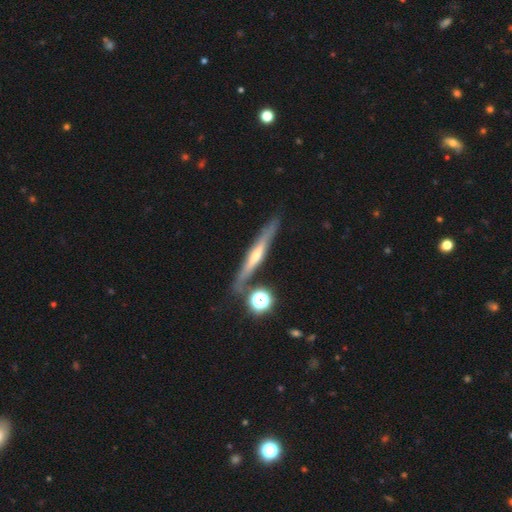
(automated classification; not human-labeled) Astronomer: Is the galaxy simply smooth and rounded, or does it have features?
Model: featured or disk — 66%.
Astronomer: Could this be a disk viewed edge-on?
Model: yes — 93%.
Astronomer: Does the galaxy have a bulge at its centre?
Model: rounded — 65%.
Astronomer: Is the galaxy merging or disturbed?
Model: none — 80%.